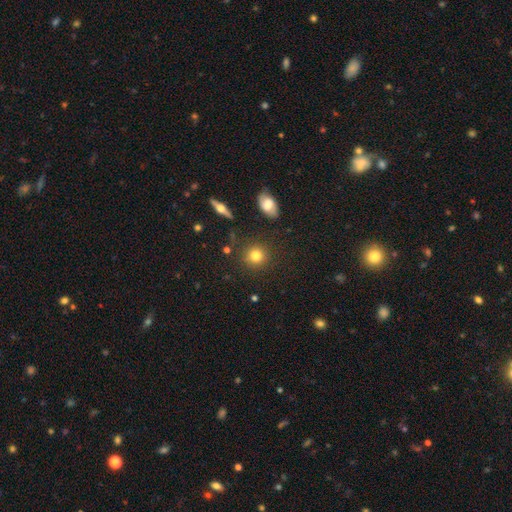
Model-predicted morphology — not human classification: A smooth galaxy with no disk features (80%) that is round (87%).

Vote fractions:
- Smooth or featured? smooth: 80% / star or artifact: 11% / featured or disk: 10%
- How rounded? round: 87% / in between: 11% / cigar-shaped: 2%
- Merging? none: 85% / minor disturbance: 8% / merger: 4% / major disturbance: 3%